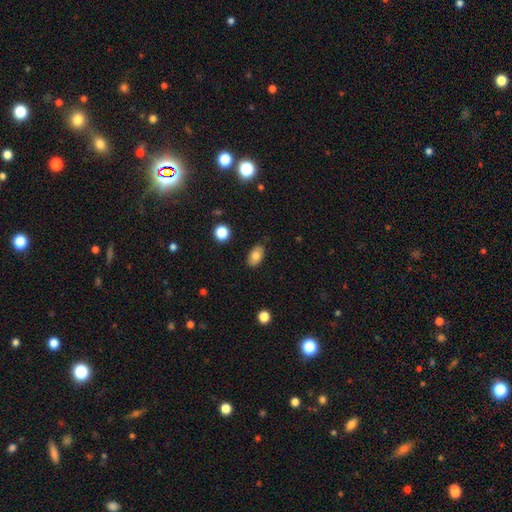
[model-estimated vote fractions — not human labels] Smooth or featured? smooth (79%)
How rounded? in between (91%)
Merging? none (85%)